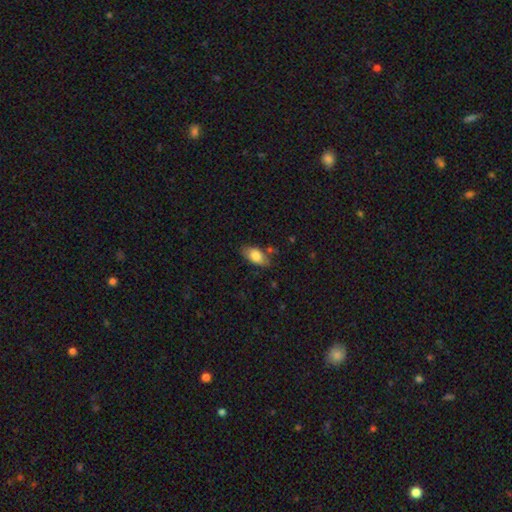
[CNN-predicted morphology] Q: Smooth or featured?
A: smooth (80%); runner-up: featured or disk (13%)
Q: How rounded?
A: in between (90%); runner-up: cigar-shaped (5%)
Q: Merging?
A: none (70%); runner-up: minor disturbance (21%)